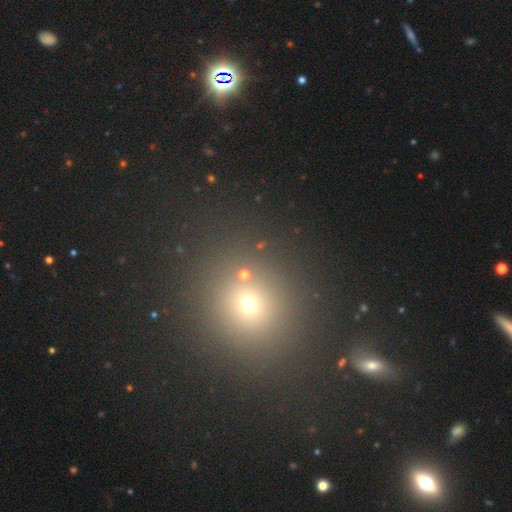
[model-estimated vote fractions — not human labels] smooth-or-featured: smooth: 52% | star or artifact: 39% | featured or disk: 9%
  how-rounded: round: 86% | in between: 12% | cigar-shaped: 1%
  merging: none: 82% | merger: 8% | minor disturbance: 7% | major disturbance: 3%